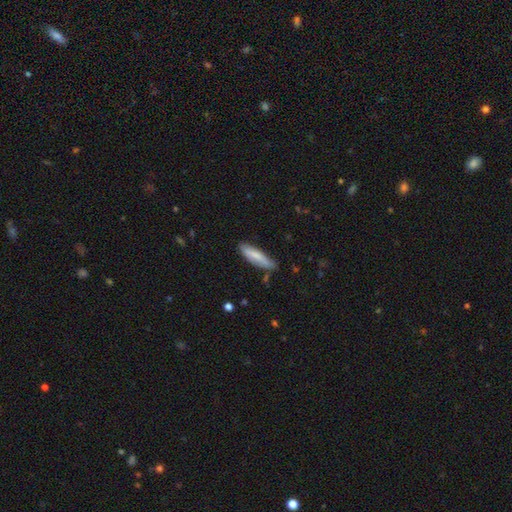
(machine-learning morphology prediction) smooth_or_featured: smooth (p=0.72) [alt: featured or disk p=0.22]
how_rounded: cigar-shaped (p=0.71) [alt: in between p=0.27]
merging: none (p=0.75) [alt: minor disturbance p=0.19]